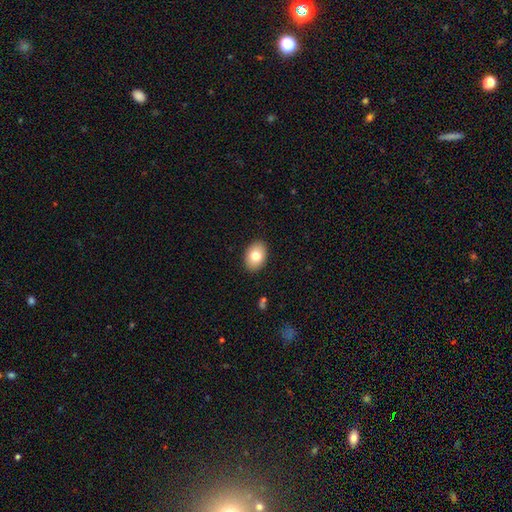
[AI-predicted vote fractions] Smooth or featured? Predicted: smooth (p=0.78). How rounded? Predicted: in between (p=0.80). Merging? Predicted: none (p=0.90).